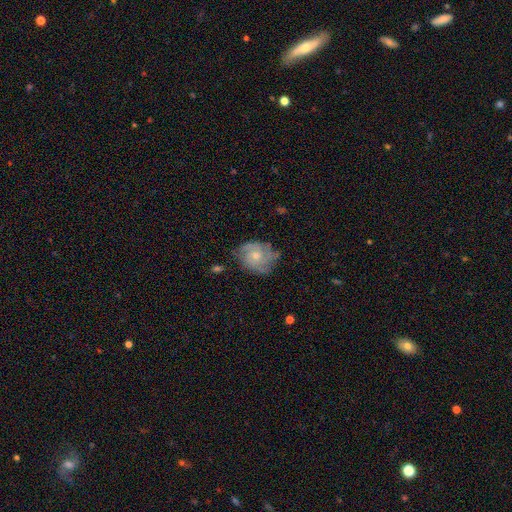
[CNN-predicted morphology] type=featured or disk (72%); edge-on=no (97%); bar=no (76%); spiral arms=yes (92%); winding=tight (53%); arm count=3 (31%); bulge=moderate (49%); merging=none (70%).